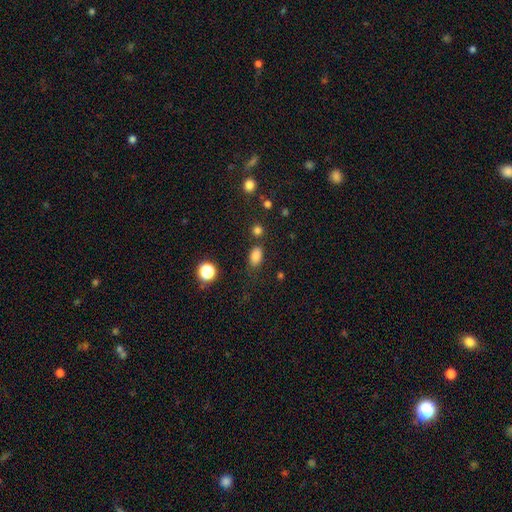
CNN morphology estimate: Smooth or featured? Predicted: smooth (p=0.82). How rounded? Predicted: in between (p=0.86). Merging? Predicted: none (p=0.75).